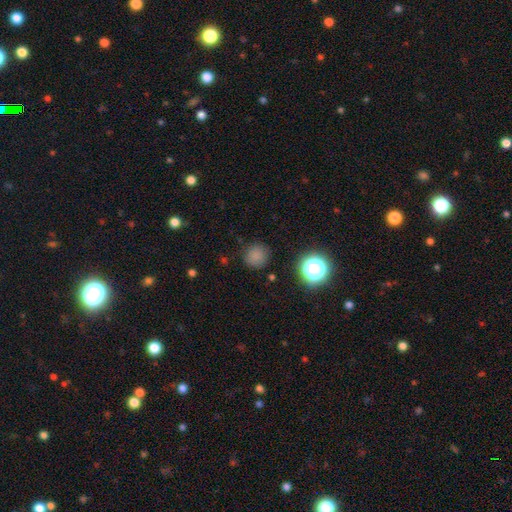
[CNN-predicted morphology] Smooth or featured? smooth (78%)
How rounded? round (90%)
Merging? none (84%)